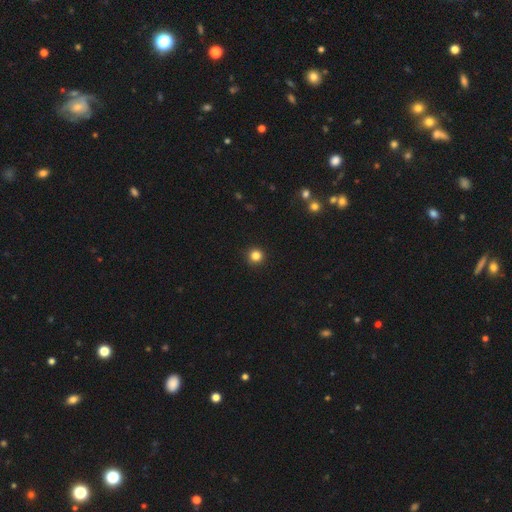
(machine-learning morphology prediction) A smooth galaxy with no disk features (84%) that is round (96%). Merging: none (93%).